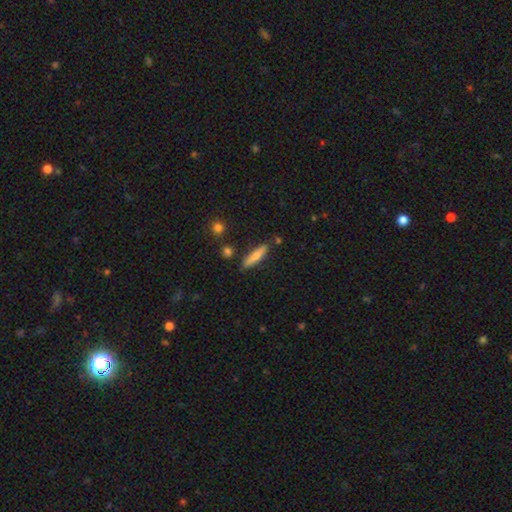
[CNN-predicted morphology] smooth_or_featured: smooth (p=0.61) [alt: featured or disk p=0.32]
how_rounded: cigar-shaped (p=0.81) [alt: in between p=0.17]
merging: none (p=0.83) [alt: minor disturbance p=0.11]